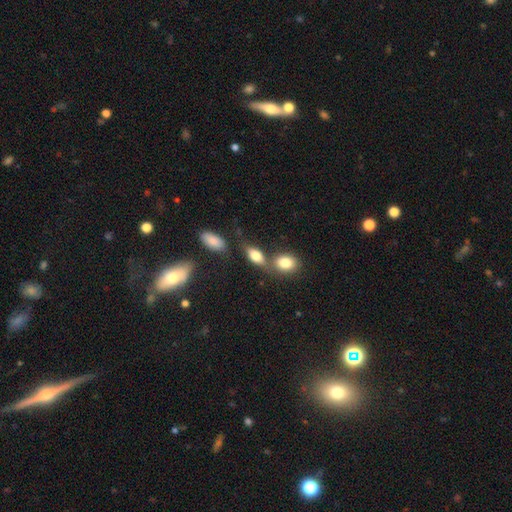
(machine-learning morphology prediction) smooth_or_featured: smooth (p=0.77) [alt: featured or disk p=0.14]
how_rounded: in between (p=0.82) [alt: cigar-shaped p=0.09]
merging: none (p=0.48) [alt: merger p=0.33]